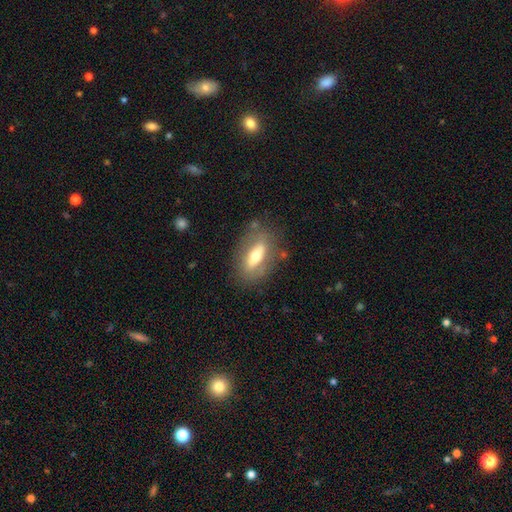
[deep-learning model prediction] Smooth or featured? smooth (49%)
Merging? none (75%)